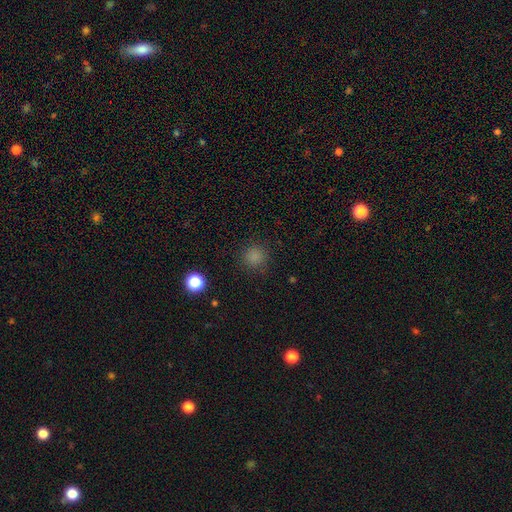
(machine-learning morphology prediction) smooth-or-featured: smooth: 78% | star or artifact: 19% | featured or disk: 4%
  how-rounded: round: 94% | in between: 5% | cigar-shaped: 1%
  merging: none: 89% | minor disturbance: 7% | major disturbance: 3% | merger: 1%